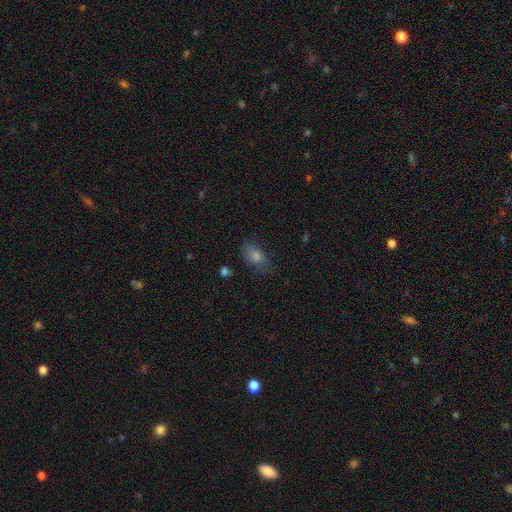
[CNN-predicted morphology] This appears to be a smooth galaxy with no disk features (66%) that is in between round and cigar-shaped (81%). Merging: none (73%).